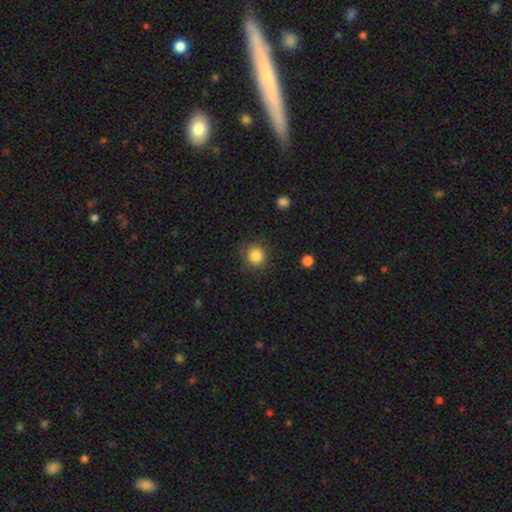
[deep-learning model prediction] Overall: smooth (85%). How rounded: round (92%). Merging: none (86%).